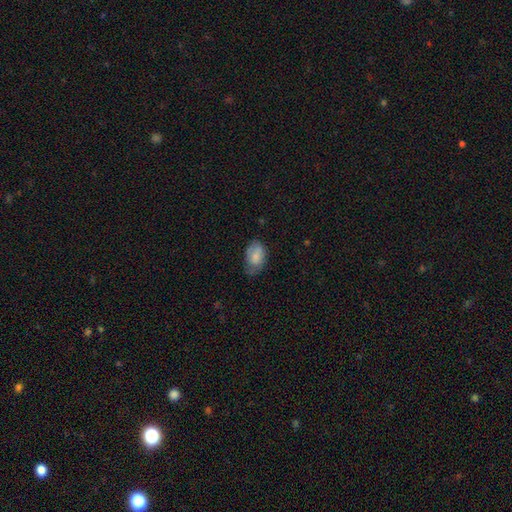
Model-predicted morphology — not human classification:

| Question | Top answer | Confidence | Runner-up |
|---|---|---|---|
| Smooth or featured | smooth | 76% | featured or disk (17%) |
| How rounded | in between | 88% | round (10%) |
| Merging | none | 50% | minor disturbance (36%) |